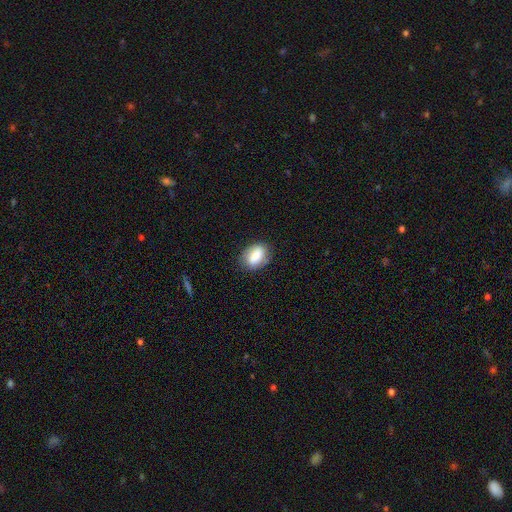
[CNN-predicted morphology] This appears to be a smooth galaxy with no disk features (77%) that is in between round and cigar-shaped (82%). Merging: none (80%).